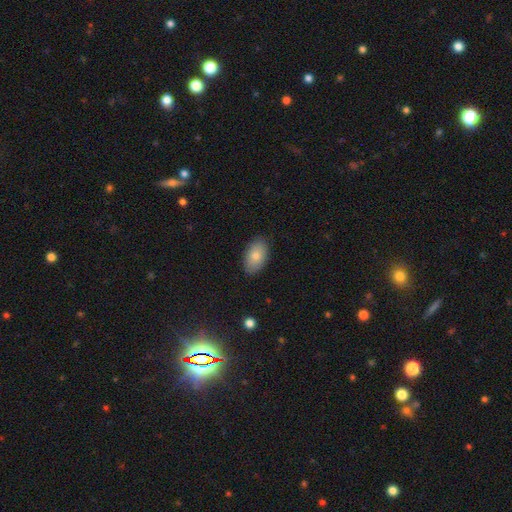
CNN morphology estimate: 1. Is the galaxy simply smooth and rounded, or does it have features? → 78% smooth, 14% featured or disk, 8% star or artifact.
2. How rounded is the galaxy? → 91% in between, 7% round, 2% cigar-shaped.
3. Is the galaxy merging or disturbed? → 87% none, 10% minor disturbance, 2% major disturbance, 1% merger.